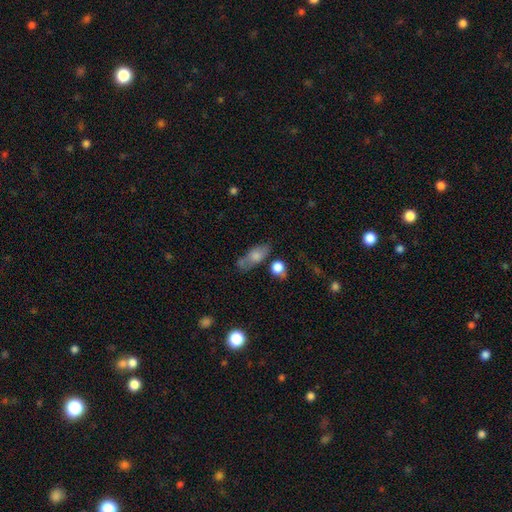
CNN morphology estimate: This is likely a smooth galaxy (71%). How rounded: likely in between (73%). Merging: possibly none (52%).